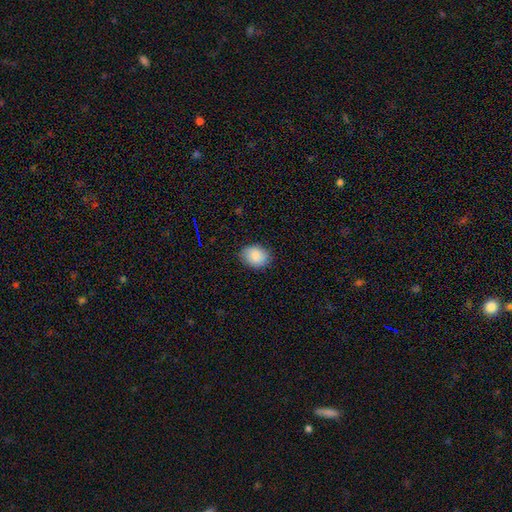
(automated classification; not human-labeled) Smooth or featured?
  - smooth: 87% *
  - star or artifact: 8%
  - featured or disk: 5%
How rounded?
  - in between: 57% *
  - round: 42%
  - cigar-shaped: 1%
Merging?
  - none: 84% *
  - minor disturbance: 12%
  - major disturbance: 3%
  - merger: 1%